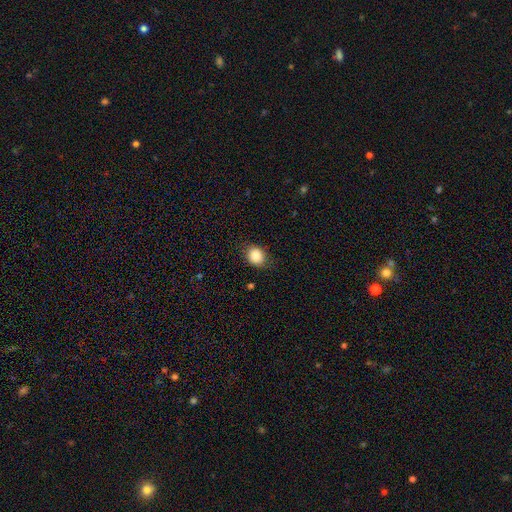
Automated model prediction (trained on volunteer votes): A smooth galaxy with no disk features (87%) that is round (56%). Merging: none (81%).